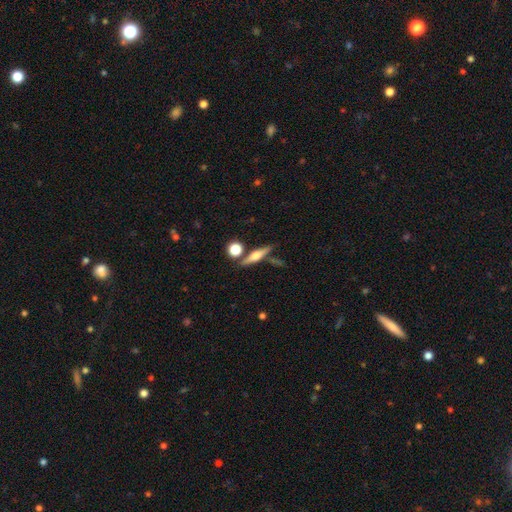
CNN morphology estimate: Overall: featured or disk (65%; smooth 27%). Edge-on disk: yes (96%). Edge-on bulge: rounded (92%). Merging: none (79%).